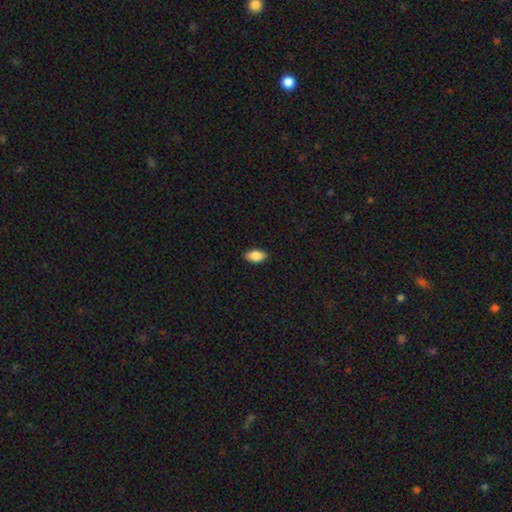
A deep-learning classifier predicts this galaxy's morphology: This appears to be a smooth galaxy with no disk features (85%) that is in between round and cigar-shaped (91%). Merging: none (87%).